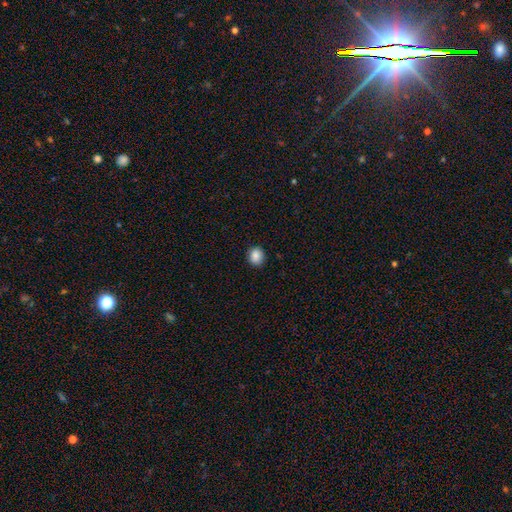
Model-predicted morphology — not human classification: This appears to be a smooth galaxy with no disk features (88%) that is round (74%). Merging: none (89%).